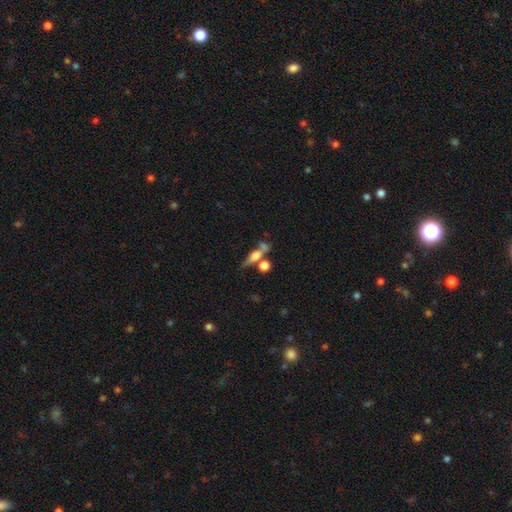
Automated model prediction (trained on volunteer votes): This appears to be a smooth galaxy with no disk features (44%, tied with featured or disk). Merging: none (48%).